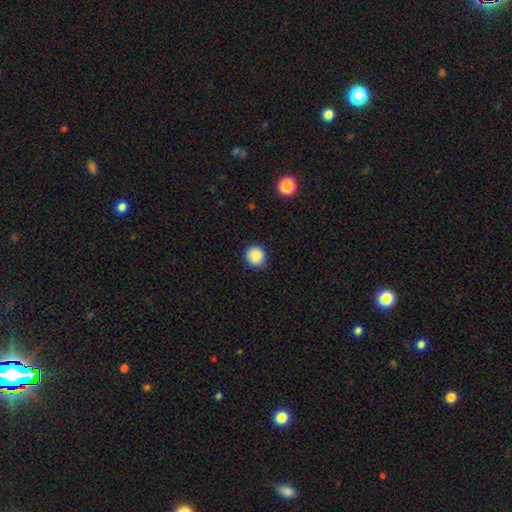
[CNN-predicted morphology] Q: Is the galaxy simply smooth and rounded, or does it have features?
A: smooth — 88%.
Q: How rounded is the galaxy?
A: round — 91%.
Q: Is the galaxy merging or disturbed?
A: none — 86%.